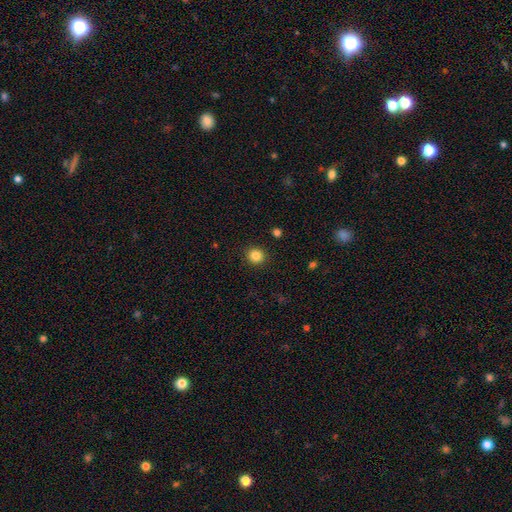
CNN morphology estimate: The model was most divided on "smooth or featured": smooth: 85%, star or artifact: 11%, featured or disk: 4%. More confident: merging — none (92%); how rounded — round (89%).